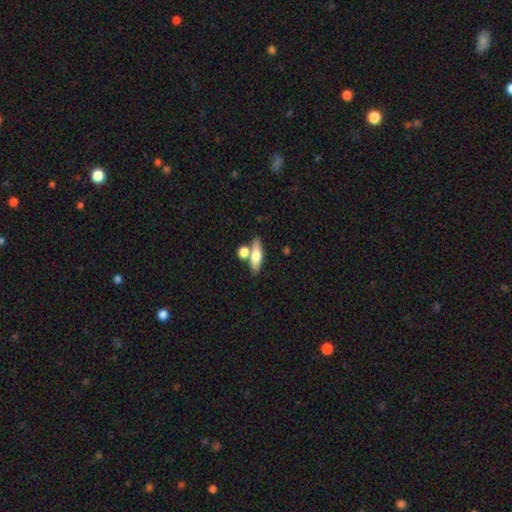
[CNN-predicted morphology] Overall: smooth (65%; featured or disk 28%). How rounded: in between (51%; cigar-shaped 42%). Merging: none (58%; merger 27%).